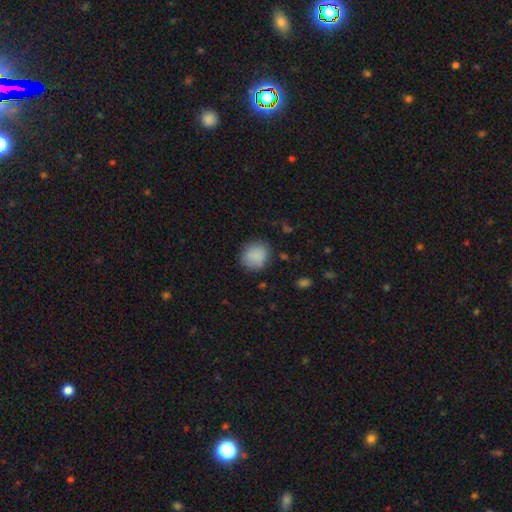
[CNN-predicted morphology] type=smooth (87%); roundness=round (80%); merging=none (80%).